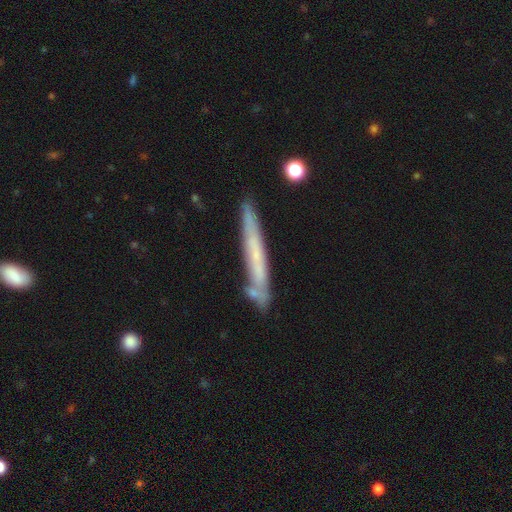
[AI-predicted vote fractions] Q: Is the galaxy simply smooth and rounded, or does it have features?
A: featured or disk — 51%.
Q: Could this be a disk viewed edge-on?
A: yes — 83%.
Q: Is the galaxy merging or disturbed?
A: none — 76%.